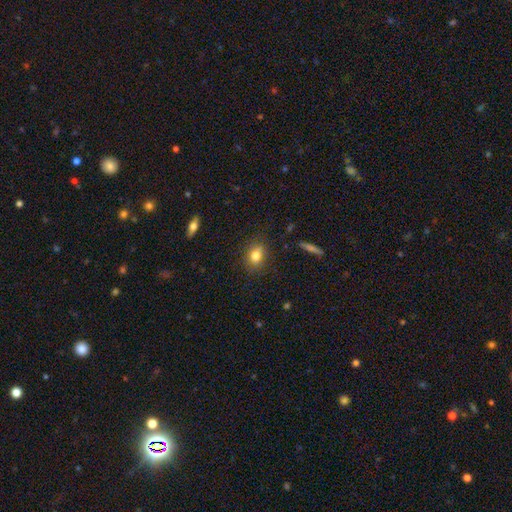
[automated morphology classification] A smooth galaxy with no disk features (79%) that is in between round and cigar-shaped (54%).

Vote fractions:
- Smooth or featured? smooth: 79% / star or artifact: 11% / featured or disk: 10%
- How rounded? in between: 54% / round: 44% / cigar-shaped: 2%
- Merging? none: 79% / minor disturbance: 15% / major disturbance: 4% / merger: 3%